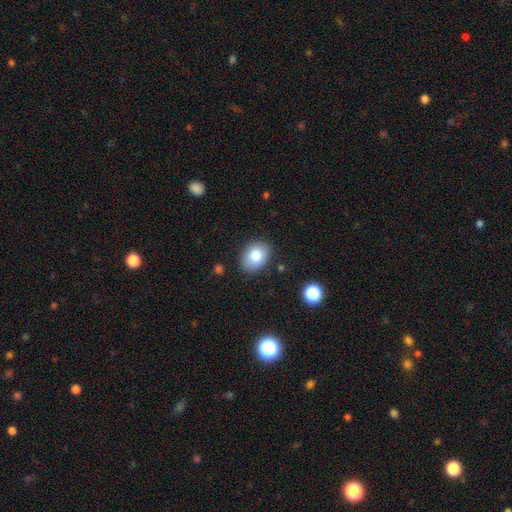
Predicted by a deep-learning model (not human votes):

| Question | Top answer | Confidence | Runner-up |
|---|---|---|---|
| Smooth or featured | smooth | 81% | featured or disk (10%) |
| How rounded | in between | 72% | round (27%) |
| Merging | none | 85% | minor disturbance (11%) |